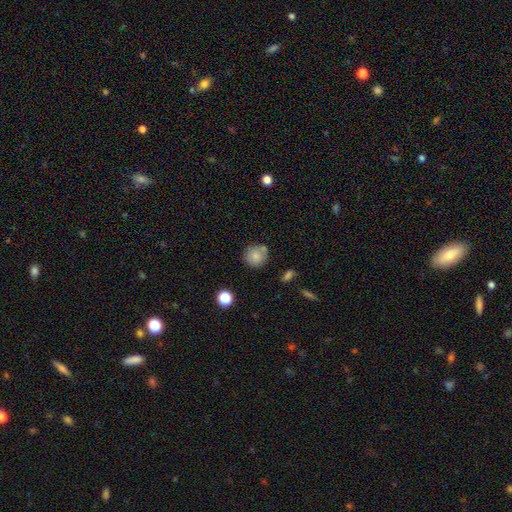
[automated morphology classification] This appears to be a smooth galaxy with no disk features (81%) that is round (89%). Merging: none (73%).